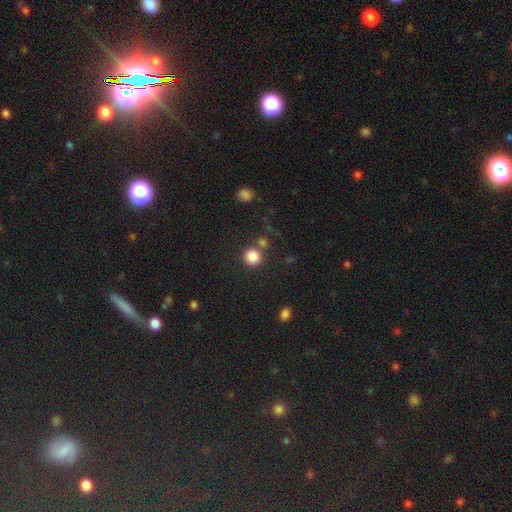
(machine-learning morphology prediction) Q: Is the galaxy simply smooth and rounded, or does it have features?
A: smooth — 66%.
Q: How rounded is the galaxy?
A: round — 92%.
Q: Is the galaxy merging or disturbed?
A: none — 79%.